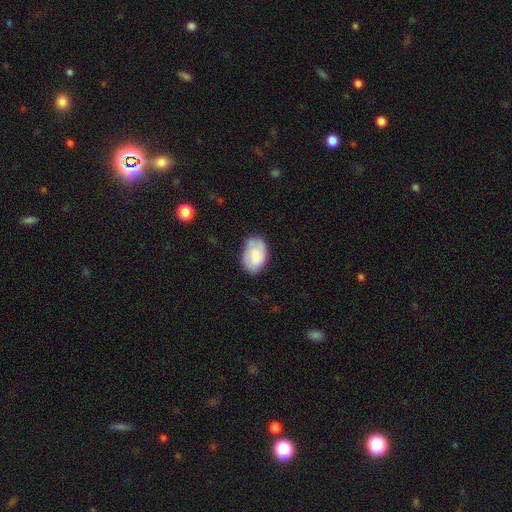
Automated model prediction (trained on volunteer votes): Q: Smooth or featured?
A: smooth (79%); runner-up: featured or disk (15%)
Q: How rounded?
A: in between (86%); runner-up: round (13%)
Q: Merging?
A: none (64%); runner-up: minor disturbance (27%)